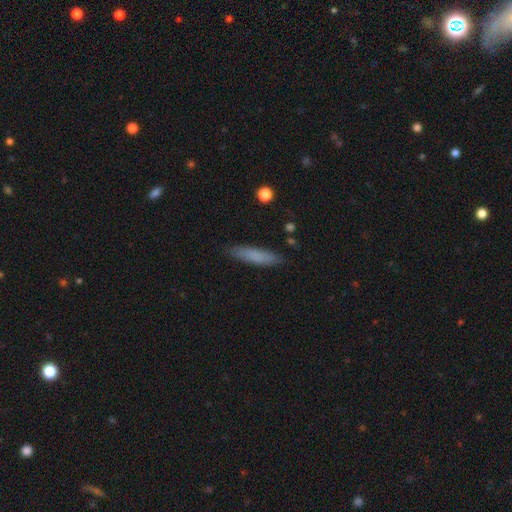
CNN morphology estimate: Smooth or featured?
  - smooth: 77% *
  - featured or disk: 16%
  - star or artifact: 7%
How rounded?
  - cigar-shaped: 83% *
  - in between: 15%
  - round: 1%
Merging?
  - none: 87% *
  - minor disturbance: 10%
  - major disturbance: 2%
  - merger: 1%